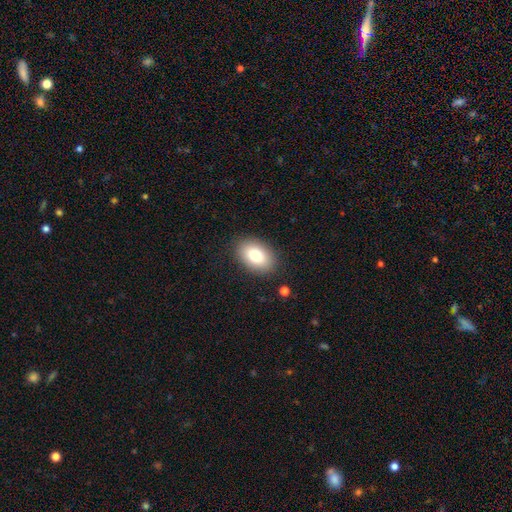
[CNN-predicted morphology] This is likely a smooth galaxy (80%). How rounded: clearly in between (86%). Merging: clearly none (87%).